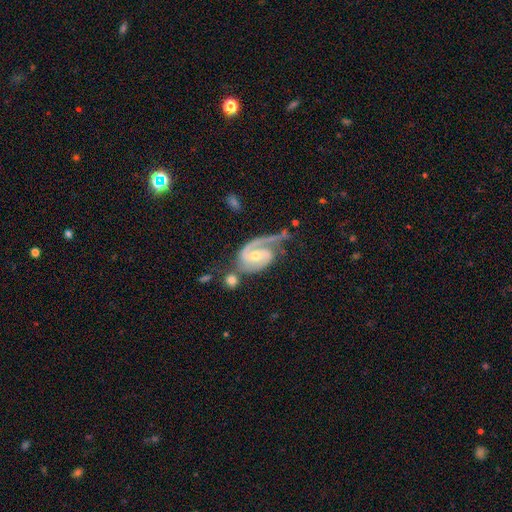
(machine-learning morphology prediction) A featured or disk galaxy (89%) with no bar (49%), 2 (58%) medium (44%) spiral arms (97%) and a moderate central bulge (57%).

Vote fractions:
- Smooth or featured? featured or disk: 89% / smooth: 7% / star or artifact: 4%
- Edge-on disk? no: 97% / yes: 3%
- Bar? no: 49% / weak: 40% / strong: 11%
- Spiral arms? yes: 97% / no: 3%
- Spiral winding? medium: 44% / tight: 38% / loose: 17%
- Spiral arm count? 2: 58% / 1: 32% / can't tell: 5% / 3: 3% / 4: 1% / more than 4: 1%
- Bulge size? moderate: 57% / small: 38% / large: 3% / none: 1% / dominant: 1%
- Merging? none: 38% / major disturbance: 26% / minor disturbance: 22% / merger: 14%